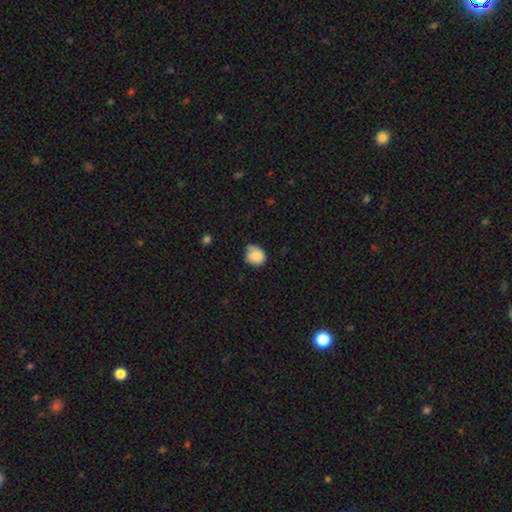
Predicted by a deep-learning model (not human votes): Smooth or featured: smooth — 85% (star or artifact — 8%)
How rounded: round — 72% (in between — 27%)
Merging: none — 49% (minor disturbance — 40%)